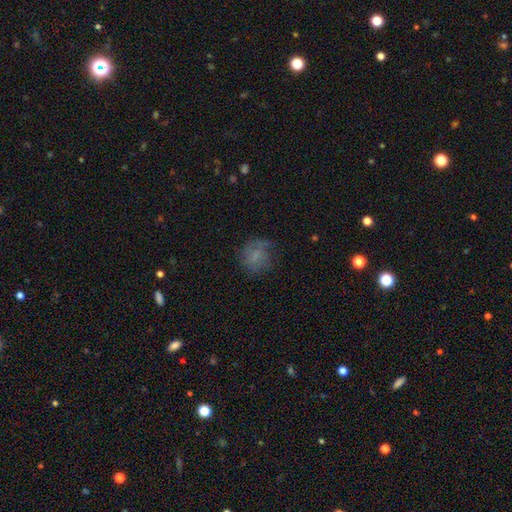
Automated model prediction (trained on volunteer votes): Overall: smooth (59%; featured or disk 27%). How rounded: round (78%). Merging: none (60%; minor disturbance 22%).